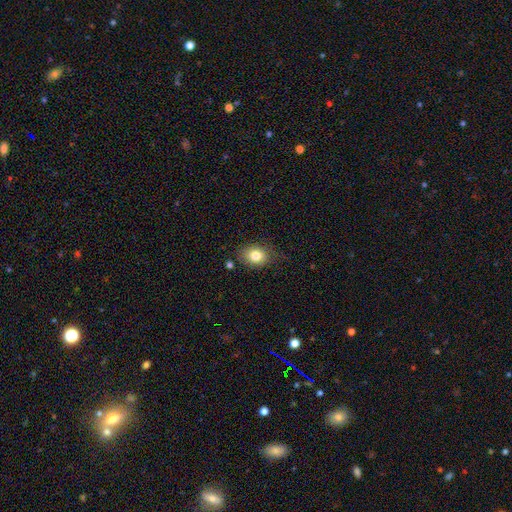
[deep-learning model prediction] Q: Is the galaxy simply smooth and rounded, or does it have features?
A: smooth — 81%.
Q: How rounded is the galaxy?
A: in between — 54%.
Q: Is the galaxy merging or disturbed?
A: none — 73%.